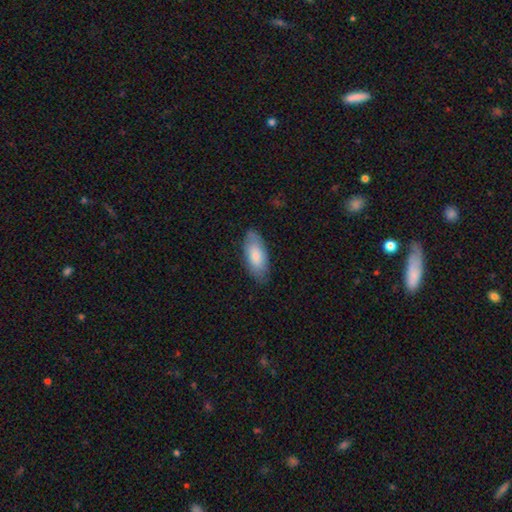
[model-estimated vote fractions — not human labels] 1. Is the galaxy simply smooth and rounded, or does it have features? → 80% smooth, 15% featured or disk, 5% star or artifact.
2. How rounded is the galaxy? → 87% in between, 11% cigar-shaped, 2% round.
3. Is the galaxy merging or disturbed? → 80% none, 16% minor disturbance, 3% major disturbance, 1% merger.